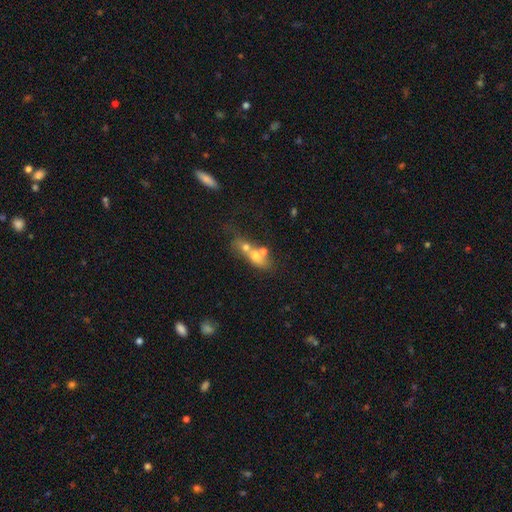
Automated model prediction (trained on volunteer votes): smooth-or-featured: smooth: 55% | featured or disk: 32% | star or artifact: 13%
  how-rounded: in between: 55% | round: 29% | cigar-shaped: 17%
  merging: merger: 59% | none: 23% | minor disturbance: 9% | major disturbance: 9%